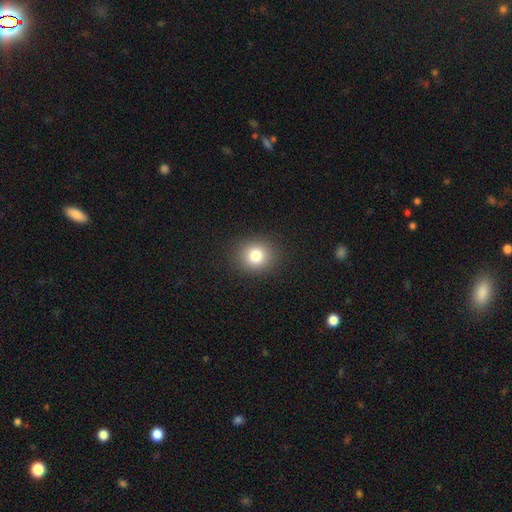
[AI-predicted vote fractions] This is clearly a smooth galaxy (81%). How rounded: likely round (78%). Merging: clearly none (90%).